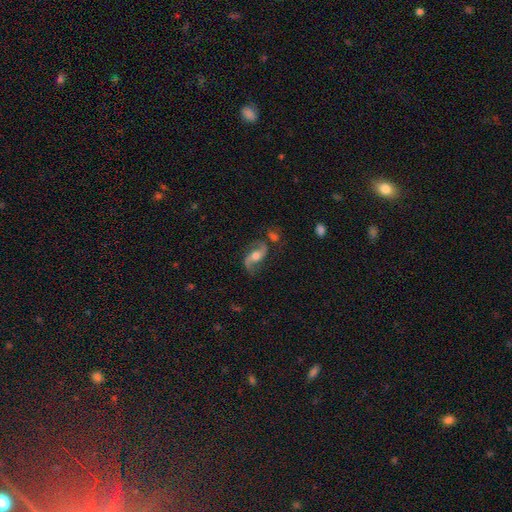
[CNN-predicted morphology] Smooth or featured? featured or disk (81%)
Edge-on disk? no (95%)
Bar? no (51%)
Spiral arms? yes (94%)
Spiral winding? loose (72%)
Spiral arm count? 2 (93%)
Bulge size? moderate (69%)
Merging? none (68%)